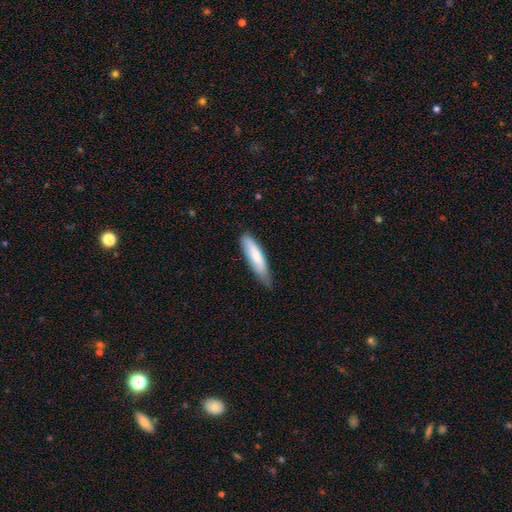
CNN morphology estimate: Smooth or featured? smooth (78%)
How rounded? cigar-shaped (73%)
Merging? none (61%)